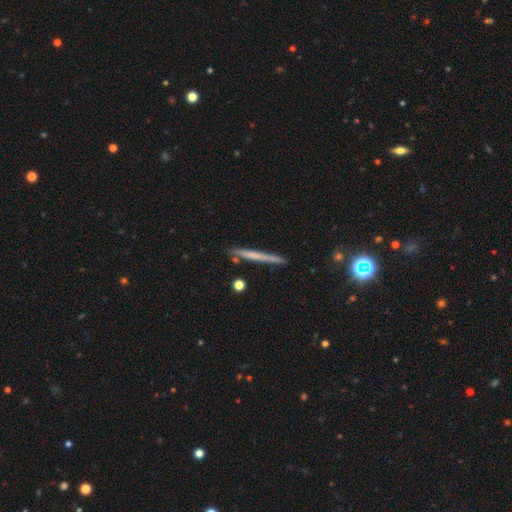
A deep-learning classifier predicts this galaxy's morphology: Smooth or featured: featured or disk — 47% (smooth — 46%)
Merging: none — 87% (minor disturbance — 9%)